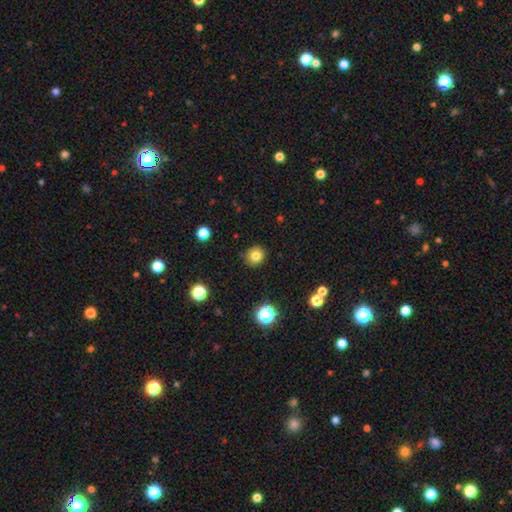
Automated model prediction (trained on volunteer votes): smooth_or_featured: smooth (p=0.81) [alt: star or artifact p=0.12]
how_rounded: round (p=0.86) [alt: in between p=0.13]
merging: none (p=0.89) [alt: minor disturbance p=0.07]